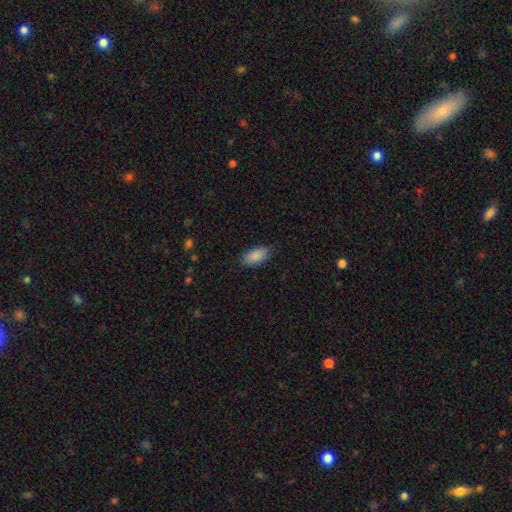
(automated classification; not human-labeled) smooth 88%, star or artifact 7%, featured or disk 6%. Down the decision tree: how rounded — in between (93%); merging — none (82%).